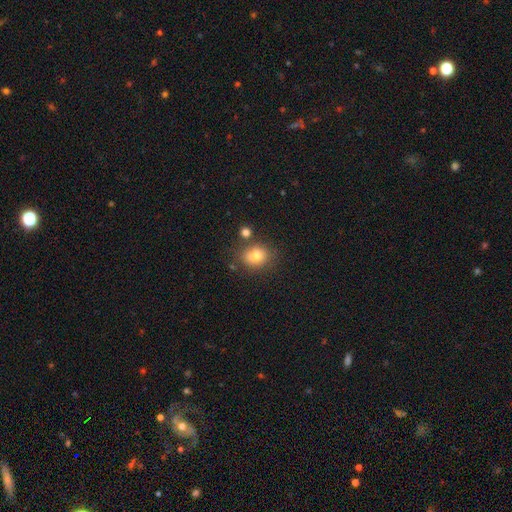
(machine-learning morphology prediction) type=smooth (78%); roundness=round (62%); merging=none (74%).